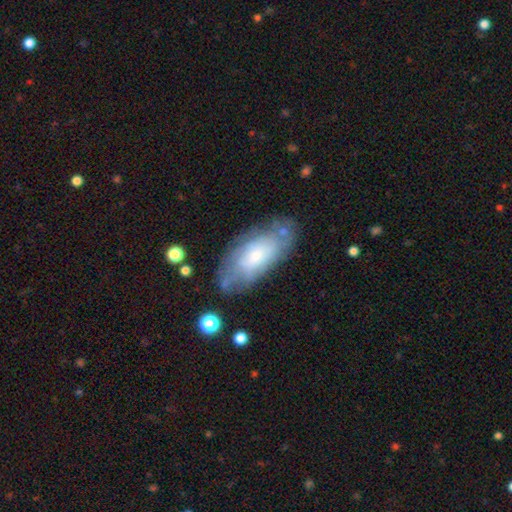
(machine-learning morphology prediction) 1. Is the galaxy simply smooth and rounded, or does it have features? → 48% smooth, 45% featured or disk, 7% star or artifact.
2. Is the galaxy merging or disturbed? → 65% none, 22% minor disturbance, 8% major disturbance, 4% merger.